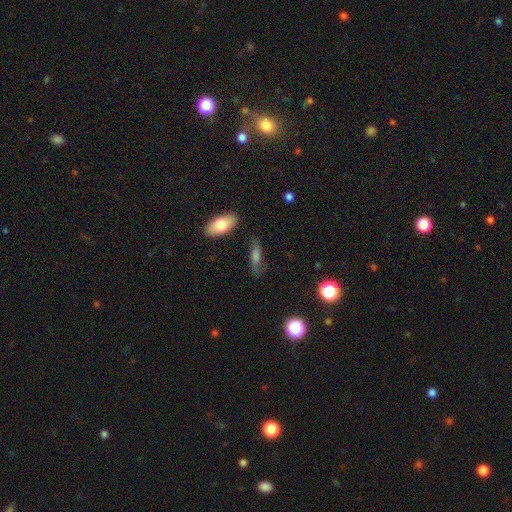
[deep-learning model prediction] Smooth or featured: smooth — 53% (featured or disk — 33%)
How rounded: in between — 51% (cigar-shaped — 42%)
Merging: none — 71% (minor disturbance — 19%)